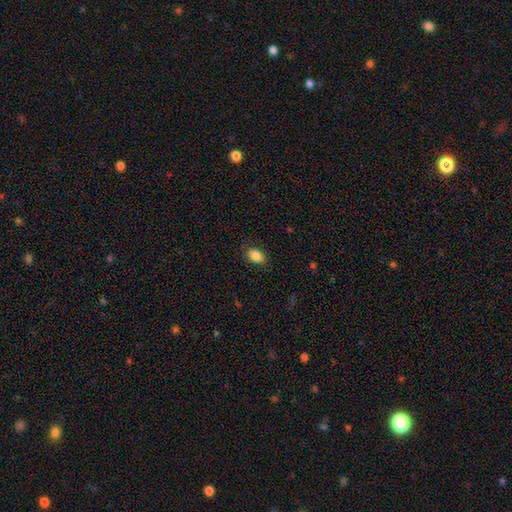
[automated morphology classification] Smooth or featured? Predicted: smooth (p=0.86). How rounded? Predicted: in between (p=0.80). Merging? Predicted: none (p=0.85).